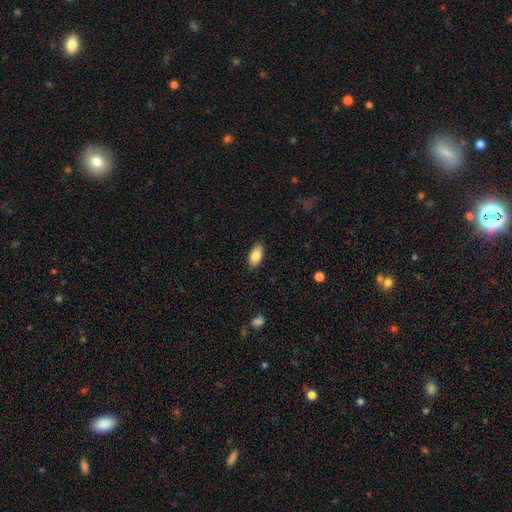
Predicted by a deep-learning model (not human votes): This is clearly a smooth galaxy (85%). How rounded: clearly in between (91%). Merging: clearly none (86%).